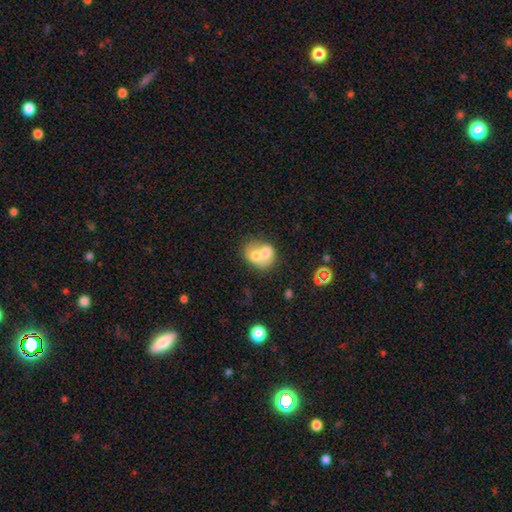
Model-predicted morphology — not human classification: Q: Smooth or featured?
A: smooth (64%); runner-up: featured or disk (27%)
Q: How rounded?
A: round (52%); runner-up: in between (48%)
Q: Merging?
A: merger (71%); runner-up: none (19%)